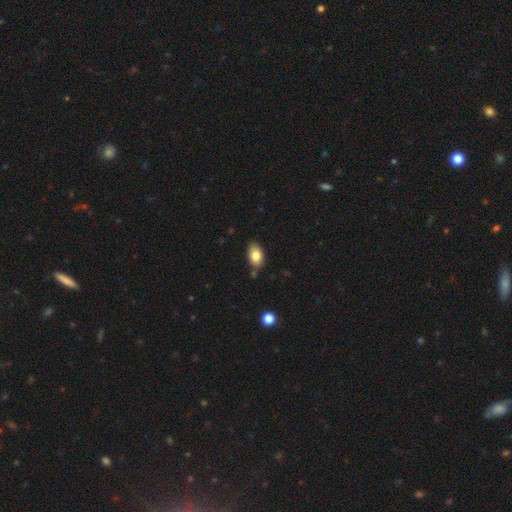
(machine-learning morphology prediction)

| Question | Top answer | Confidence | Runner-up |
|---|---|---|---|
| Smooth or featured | smooth | 83% | featured or disk (9%) |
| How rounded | in between | 90% | round (8%) |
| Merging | none | 77% | minor disturbance (16%) |